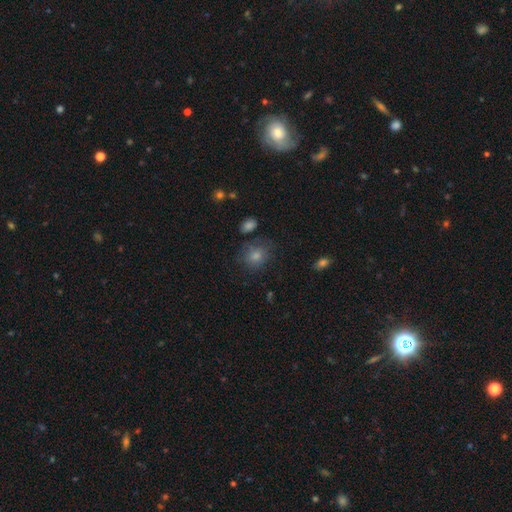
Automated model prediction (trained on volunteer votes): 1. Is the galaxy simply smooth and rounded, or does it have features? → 64% smooth, 21% star or artifact, 14% featured or disk.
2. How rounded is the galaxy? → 77% round, 22% in between, 1% cigar-shaped.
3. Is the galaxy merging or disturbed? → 76% none, 14% minor disturbance, 5% major disturbance, 5% merger.